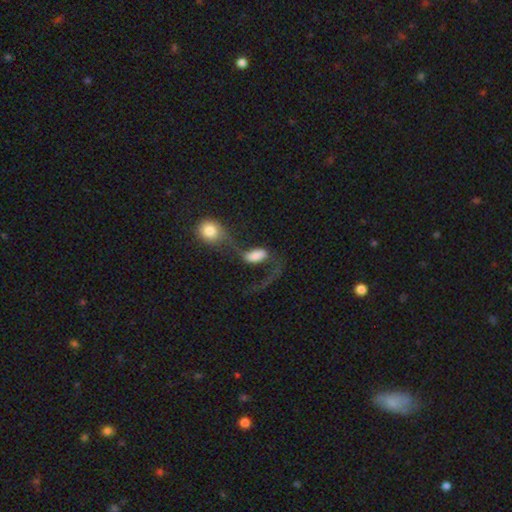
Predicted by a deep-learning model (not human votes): Smooth or featured? smooth (47%)
Merging? merger (52%)